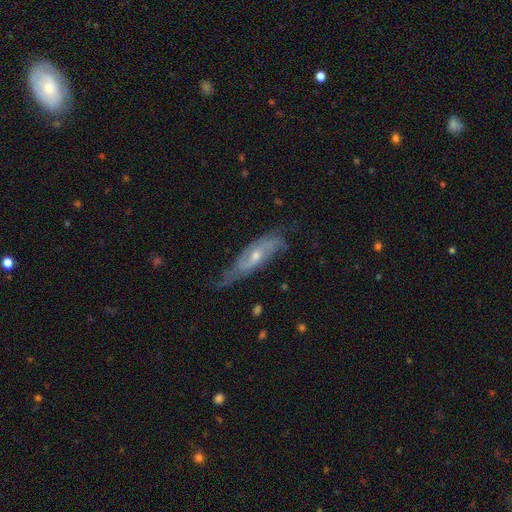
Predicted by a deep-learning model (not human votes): Smooth or featured? Predicted: featured or disk (p=0.77). Edge-on disk? Predicted: no (p=0.74). Bar? Predicted: no (p=0.51). Spiral arms? Predicted: yes (p=0.89). Spiral winding? Predicted: medium (p=0.42). Spiral arm count? Predicted: 2 (p=0.66). Bulge size? Predicted: moderate (p=0.55). Merging? Predicted: none (p=0.56).